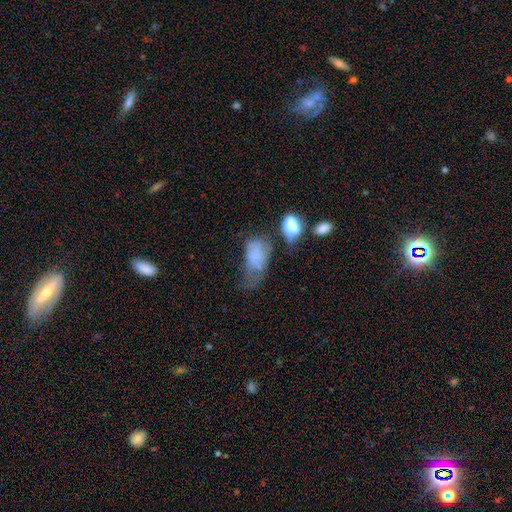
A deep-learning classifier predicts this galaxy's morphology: This is likely a smooth galaxy (65%). How rounded: clearly in between (88%). Merging: marginally major disturbance (40%).